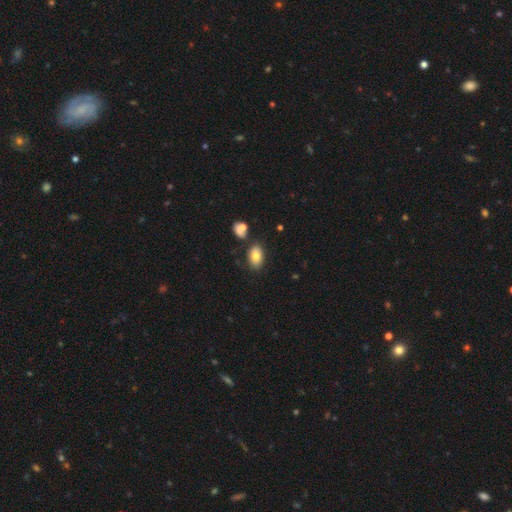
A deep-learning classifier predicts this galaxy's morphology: Smooth or featured? smooth (79%)
How rounded? in between (90%)
Merging? none (73%)